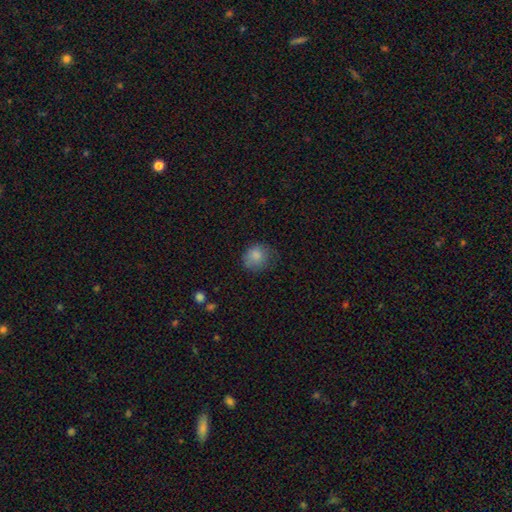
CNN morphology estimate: Smooth or featured: smooth — 83% (star or artifact — 9%)
How rounded: round — 73% (in between — 26%)
Merging: none — 65% (minor disturbance — 26%)